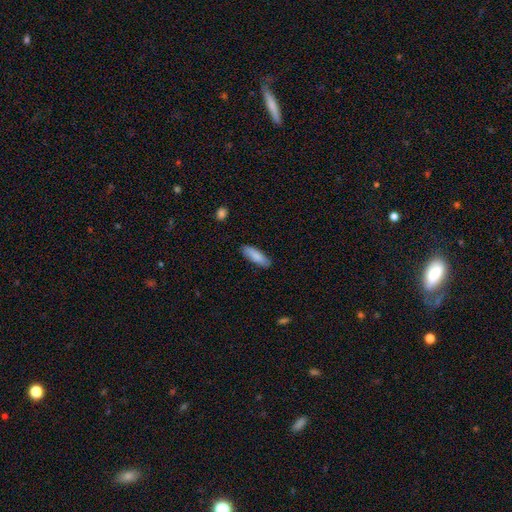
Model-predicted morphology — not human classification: Smooth or featured? Predicted: smooth (p=0.85). How rounded? Predicted: in between (p=0.50). Merging? Predicted: none (p=0.86).